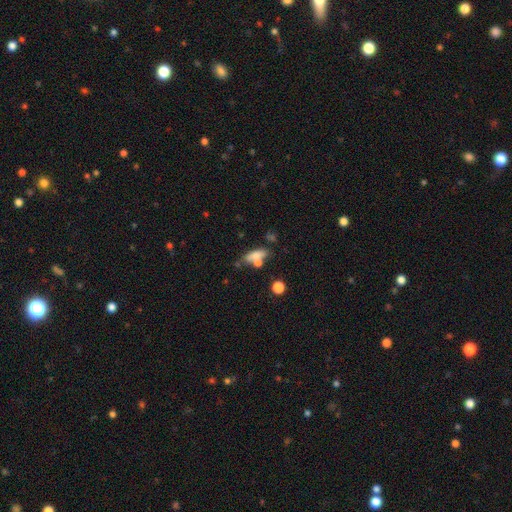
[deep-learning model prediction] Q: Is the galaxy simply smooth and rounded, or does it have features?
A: smooth — 66%.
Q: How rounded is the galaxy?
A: in between — 54%.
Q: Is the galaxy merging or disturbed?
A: none — 46%.